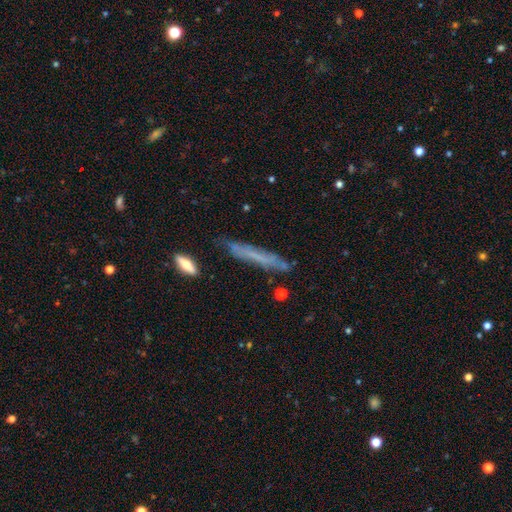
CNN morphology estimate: smooth_or_featured: smooth (p=0.53) [alt: featured or disk p=0.37]
how_rounded: cigar-shaped (p=0.94) [alt: in between p=0.04]
merging: none (p=0.77) [alt: minor disturbance p=0.16]